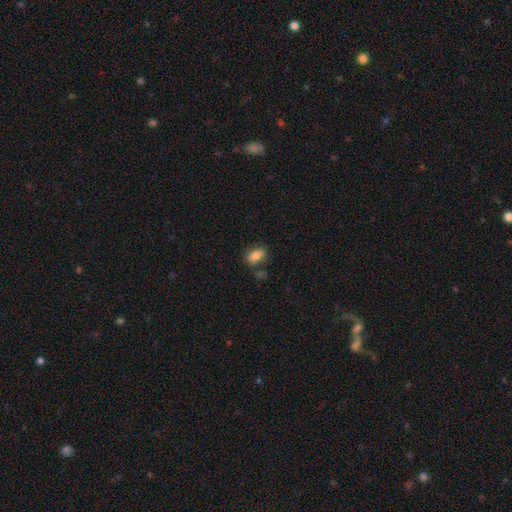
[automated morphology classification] A smooth galaxy with no disk features (83%) that is in between round and cigar-shaped (88%).

Vote fractions:
- Smooth or featured? smooth: 83% / star or artifact: 9% / featured or disk: 8%
- How rounded? in between: 88% / round: 9% / cigar-shaped: 3%
- Merging? none: 69% / minor disturbance: 15% / merger: 12% / major disturbance: 4%